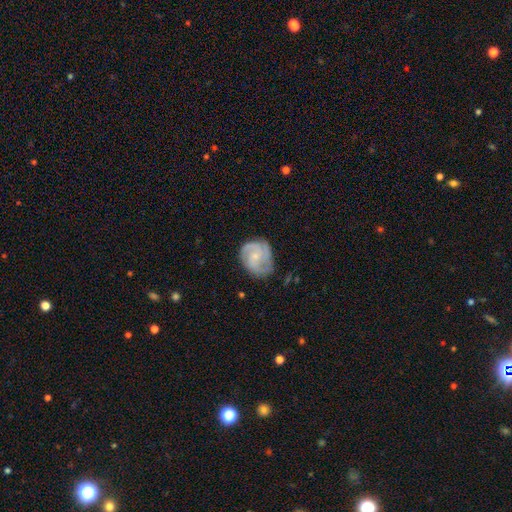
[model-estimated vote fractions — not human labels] The model was most divided on "spiral winding": tight: 47%, medium: 43%, loose: 10%. Remaining: edge-on disk — no (98%); spiral arms — yes (96%); smooth or featured — featured or disk (81%); bar — no (70%); bulge size — small (69%); merging — none (69%); spiral arm count — 3 (48%).